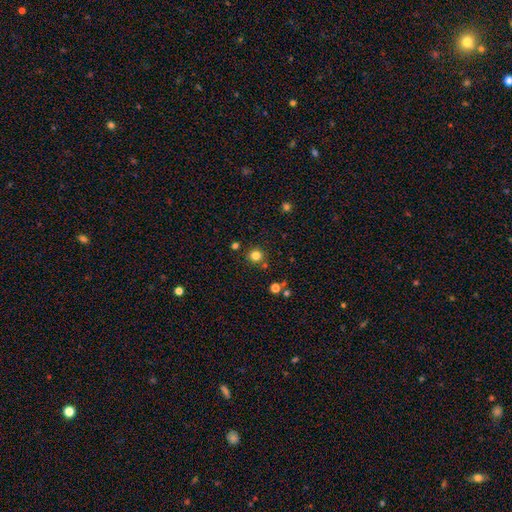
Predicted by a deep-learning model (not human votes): Q: Smooth or featured?
A: smooth (81%); runner-up: star or artifact (14%)
Q: How rounded?
A: round (93%); runner-up: in between (6%)
Q: Merging?
A: none (85%); runner-up: minor disturbance (7%)